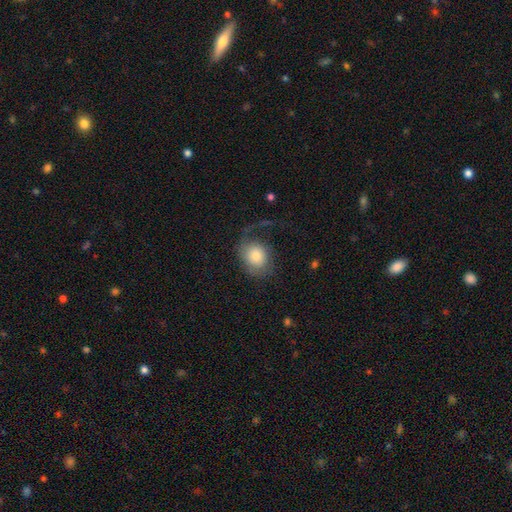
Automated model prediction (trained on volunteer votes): A smooth galaxy with no disk features (60%) that is round (53%).

Vote fractions:
- Smooth or featured? smooth: 60% / featured or disk: 32% / star or artifact: 8%
- How rounded? round: 53% / in between: 46% / cigar-shaped: 1%
- Merging? none: 40% / major disturbance: 39% / minor disturbance: 18% / merger: 2%